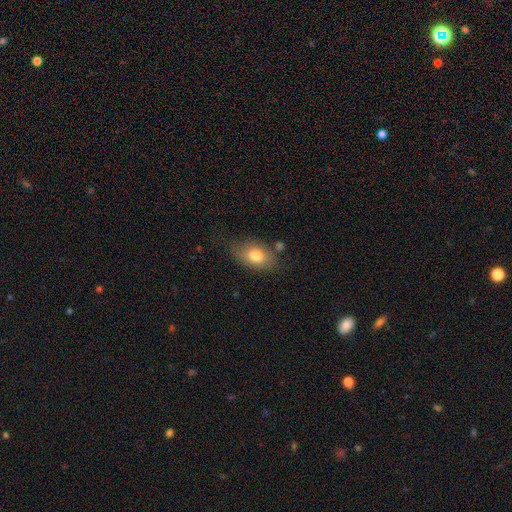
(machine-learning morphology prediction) smooth-or-featured: smooth: 78% | featured or disk: 14% | star or artifact: 8%
  how-rounded: in between: 85% | round: 13% | cigar-shaped: 2%
  merging: none: 67% | minor disturbance: 21% | major disturbance: 7% | merger: 5%